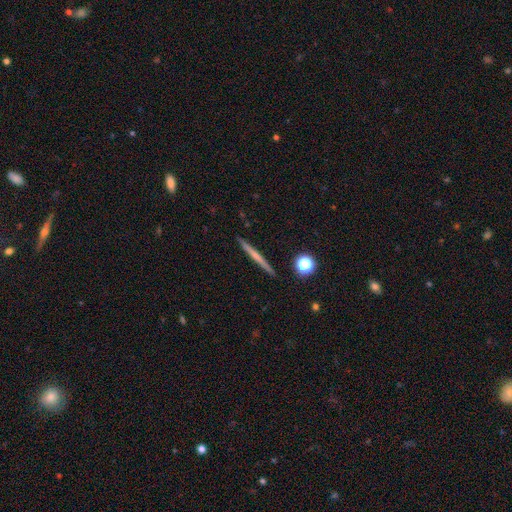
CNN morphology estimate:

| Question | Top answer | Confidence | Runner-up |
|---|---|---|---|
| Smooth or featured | featured or disk | 51% | smooth (41%) |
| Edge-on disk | yes | 97% | no (3%) |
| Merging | none | 92% | minor disturbance (6%) |